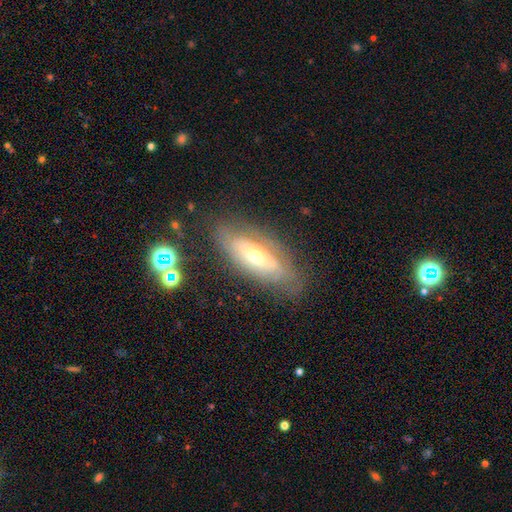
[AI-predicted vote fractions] This appears to be a featured or disk galaxy (58%). Merging: none (74%).